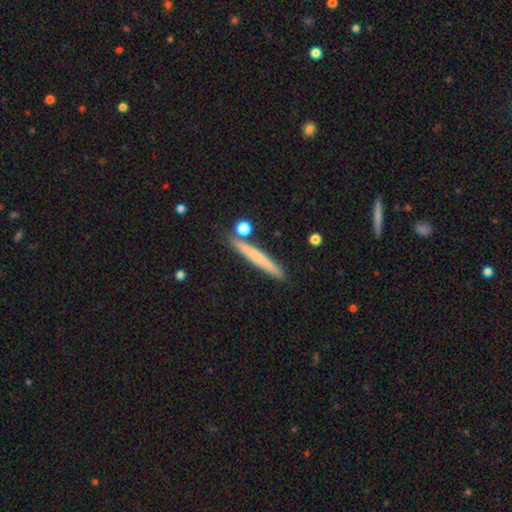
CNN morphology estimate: Overall: smooth (60%; featured or disk 33%). How rounded: cigar-shaped (95%). Merging: none (85%).